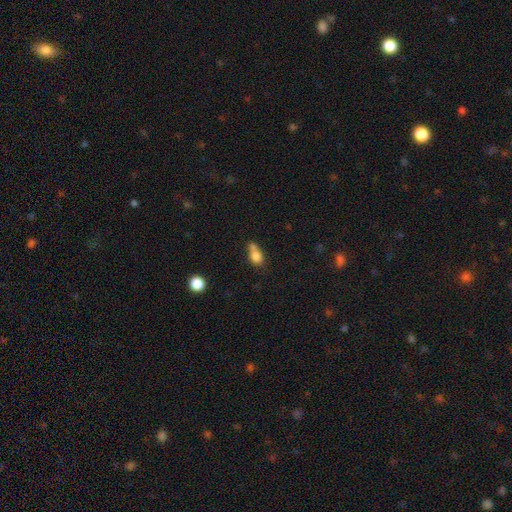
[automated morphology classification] Smooth or featured? smooth (78%)
How rounded? in between (63%)
Merging? merger (46%)